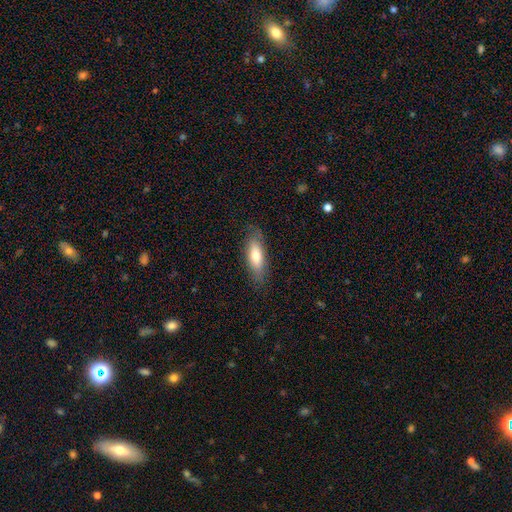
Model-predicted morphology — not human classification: A smooth galaxy with no disk features (71%) that is in between round and cigar-shaped (61%). Merging: none (81%).